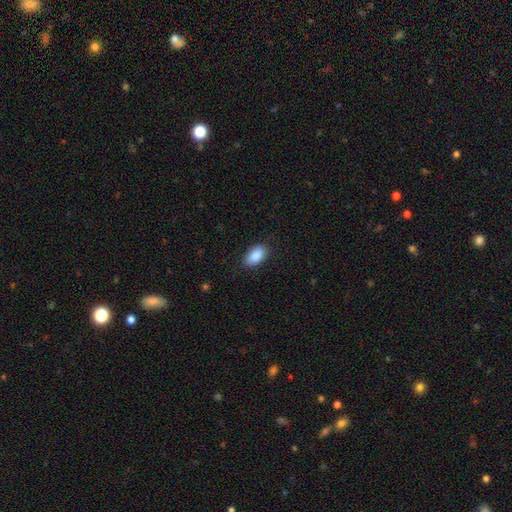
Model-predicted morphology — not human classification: Q: Smooth or featured?
A: smooth (89%); runner-up: star or artifact (7%)
Q: How rounded?
A: in between (94%); runner-up: round (4%)
Q: Merging?
A: none (85%); runner-up: minor disturbance (11%)